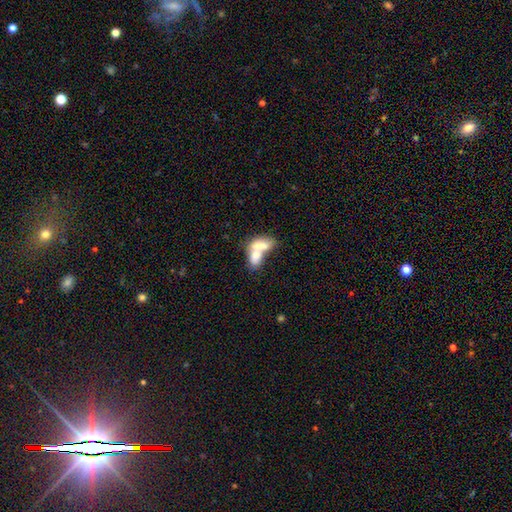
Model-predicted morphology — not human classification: Overall: smooth (69%). How rounded: in between (83%). Merging: merger (76%).